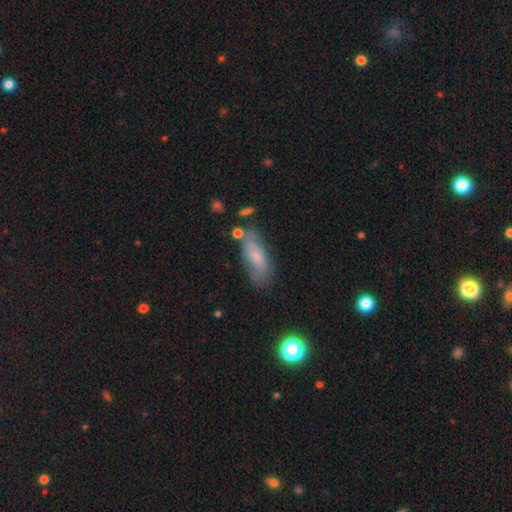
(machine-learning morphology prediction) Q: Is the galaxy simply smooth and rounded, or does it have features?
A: smooth — 56%.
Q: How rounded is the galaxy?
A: in between — 73%.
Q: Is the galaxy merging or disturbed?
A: none — 60%.